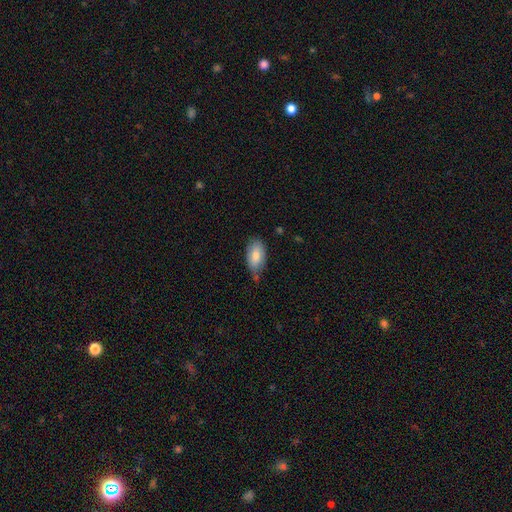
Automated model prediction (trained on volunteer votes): The model was most divided on "merging": none: 62%, minor disturbance: 29%, major disturbance: 5%, merger: 4%. More confident: how rounded — in between (93%); smooth or featured — smooth (80%).